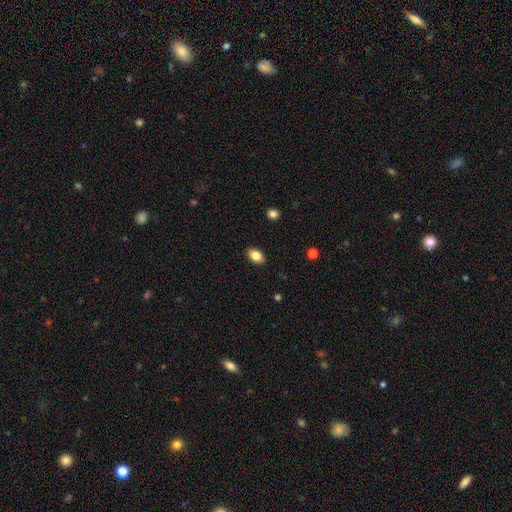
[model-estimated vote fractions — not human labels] smooth 85%, star or artifact 8%, featured or disk 7%. Down the decision tree: how rounded — in between (87%); merging — none (89%).